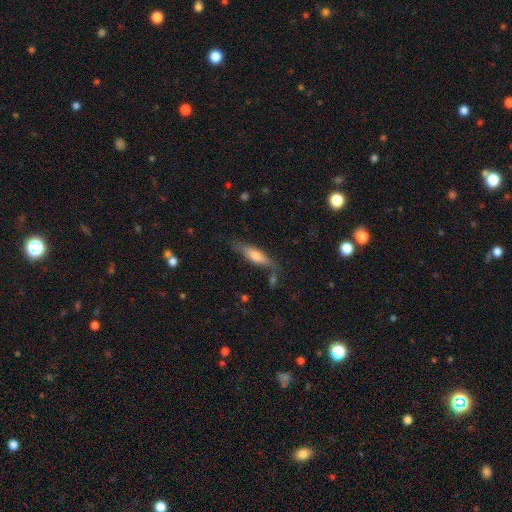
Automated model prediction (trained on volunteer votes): This appears to be a smooth galaxy with no disk features (58%) that is cigar-shaped (66%). Merging: none (70%).